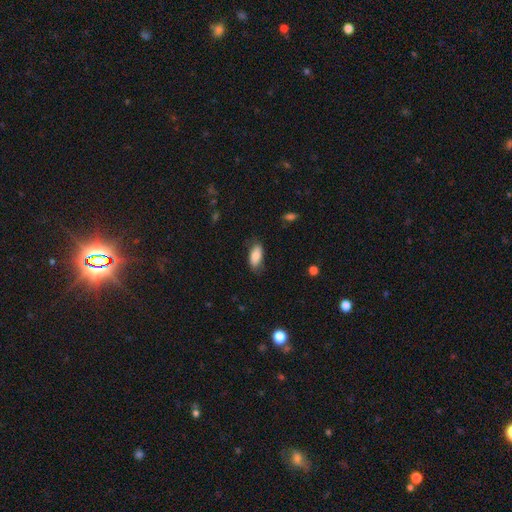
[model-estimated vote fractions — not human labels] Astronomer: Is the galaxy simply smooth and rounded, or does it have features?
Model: smooth — 83%.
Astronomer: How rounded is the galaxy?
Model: in between — 88%.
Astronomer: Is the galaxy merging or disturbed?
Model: none — 74%.